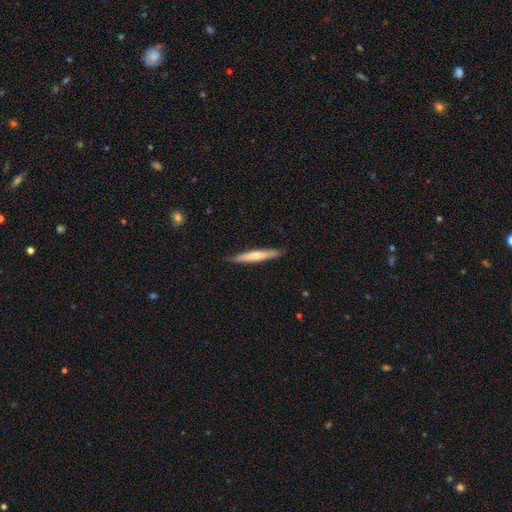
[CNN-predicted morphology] Q: Smooth or featured?
A: smooth (56%); runner-up: featured or disk (39%)
Q: How rounded?
A: cigar-shaped (94%); runner-up: in between (4%)
Q: Merging?
A: none (86%); runner-up: minor disturbance (11%)